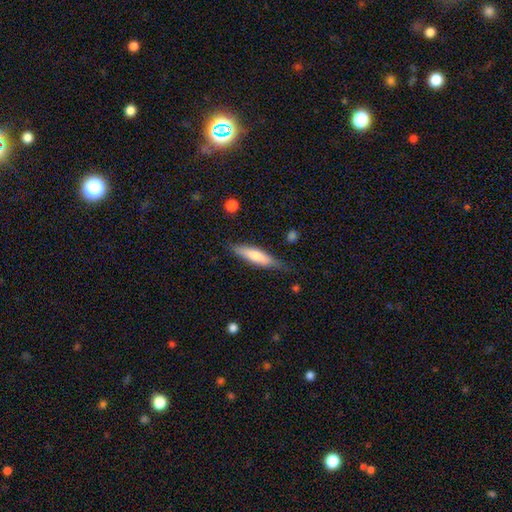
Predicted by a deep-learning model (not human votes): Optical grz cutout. It shows a smooth galaxy with no disk features (67%) that is cigar-shaped (75%). Merging: none (75%).